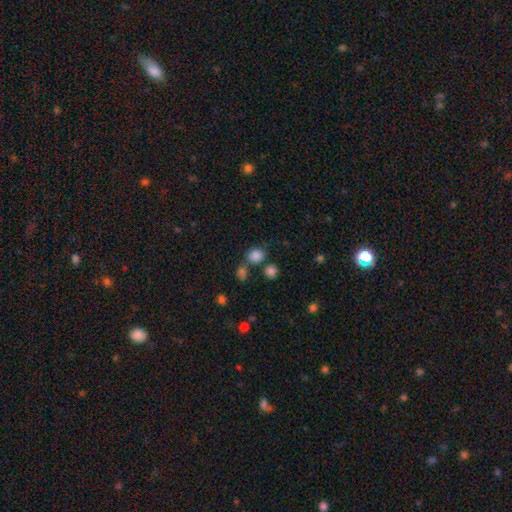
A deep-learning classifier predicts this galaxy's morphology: smooth-or-featured: smooth: 83% | star or artifact: 12% | featured or disk: 5%
  how-rounded: round: 71% | in between: 28% | cigar-shaped: 1%
  merging: none: 64% | merger: 19% | minor disturbance: 12% | major disturbance: 5%